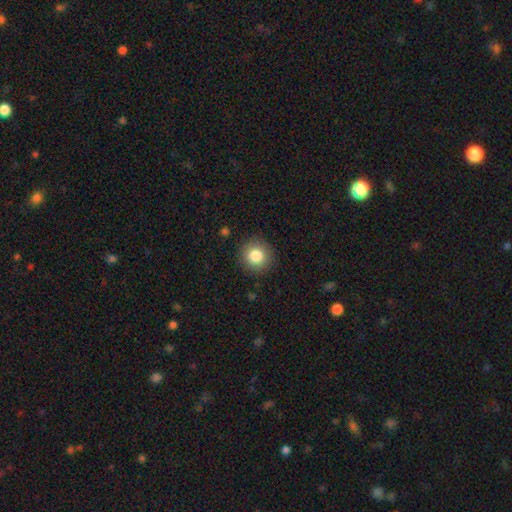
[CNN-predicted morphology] The model was most divided on "smooth or featured": smooth: 83%, star or artifact: 10%, featured or disk: 7%. More confident: how rounded — round (93%); merging — none (90%).